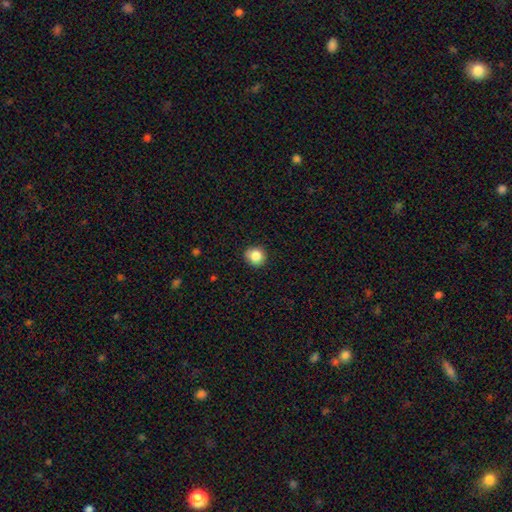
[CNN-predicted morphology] Smooth or featured: smooth — 85% (star or artifact — 10%)
How rounded: round — 88% (in between — 11%)
Merging: none — 87% (minor disturbance — 10%)